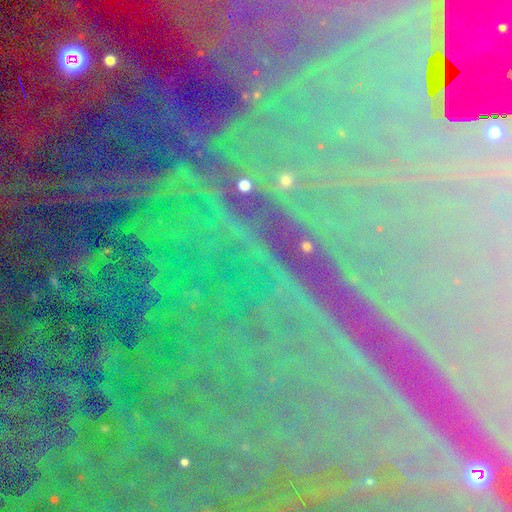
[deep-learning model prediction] Smooth or featured? Predicted: star or artifact (p=0.88).